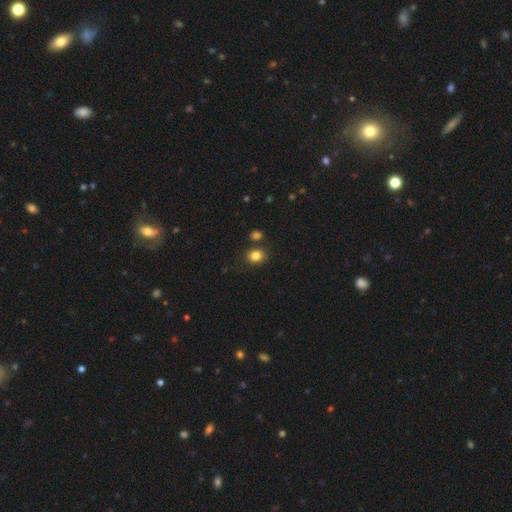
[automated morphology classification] Smooth or featured?
  - smooth: 83% *
  - star or artifact: 11%
  - featured or disk: 5%
How rounded?
  - round: 67% *
  - in between: 32%
  - cigar-shaped: 1%
Merging?
  - none: 80% *
  - minor disturbance: 10%
  - merger: 7%
  - major disturbance: 3%